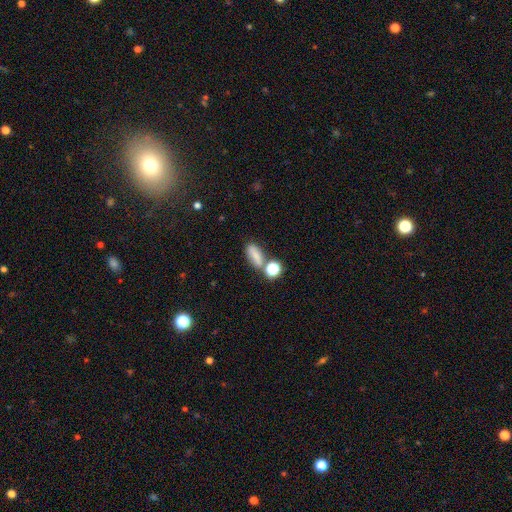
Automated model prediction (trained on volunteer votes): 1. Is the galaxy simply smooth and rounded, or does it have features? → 71% smooth, 15% star or artifact, 13% featured or disk.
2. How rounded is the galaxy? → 69% in between, 16% round, 15% cigar-shaped.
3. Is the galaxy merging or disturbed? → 55% none, 22% merger, 16% minor disturbance, 7% major disturbance.